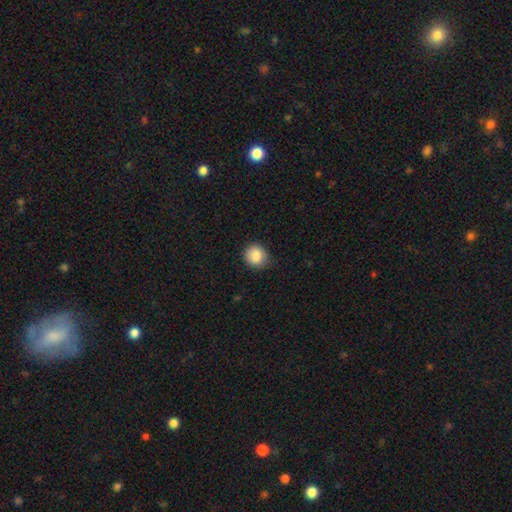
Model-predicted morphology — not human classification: Smooth or featured: smooth — 87% (star or artifact — 9%)
How rounded: round — 84% (in between — 15%)
Merging: none — 81% (minor disturbance — 15%)